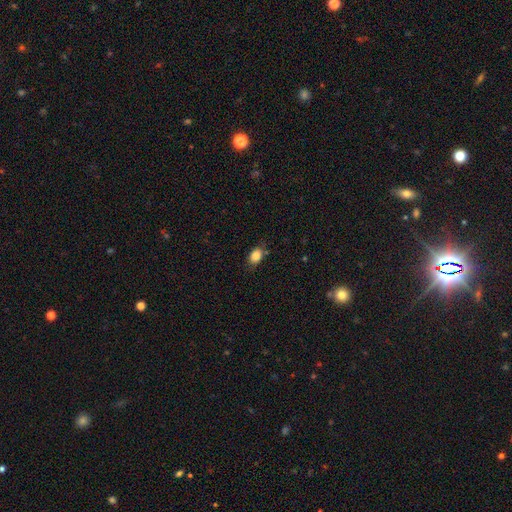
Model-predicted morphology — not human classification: Smooth or featured: smooth — 85% (star or artifact — 9%)
How rounded: in between — 78% (round — 20%)
Merging: none — 76% (minor disturbance — 18%)